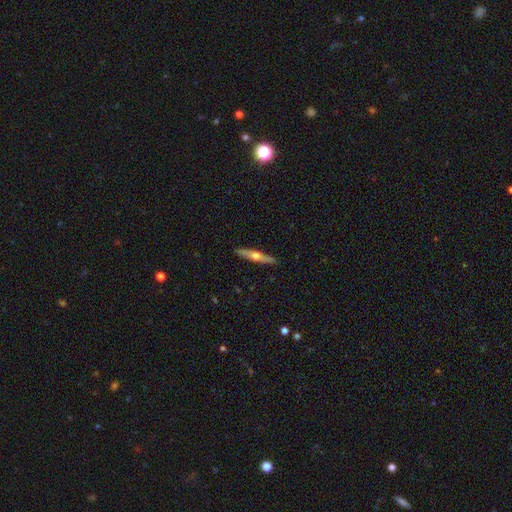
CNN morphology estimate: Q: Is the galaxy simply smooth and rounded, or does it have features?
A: featured or disk — 56%.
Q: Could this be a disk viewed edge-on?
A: yes — 94%.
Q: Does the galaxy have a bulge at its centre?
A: rounded — 90%.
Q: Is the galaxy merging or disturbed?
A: none — 90%.